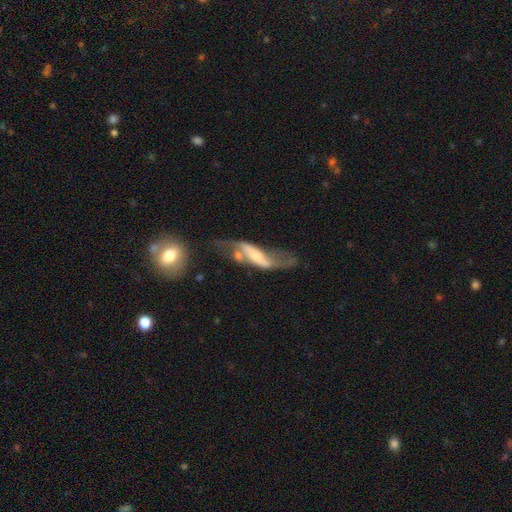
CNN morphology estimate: The model was most divided on "merging": major disturbance: 29%, none: 27%, merger: 26%, minor disturbance: 18%. Remaining: edge-on disk — no (75%); spiral arms — yes (75%); smooth or featured — featured or disk (70%); bulge size — small (39%); bar — no (38%).